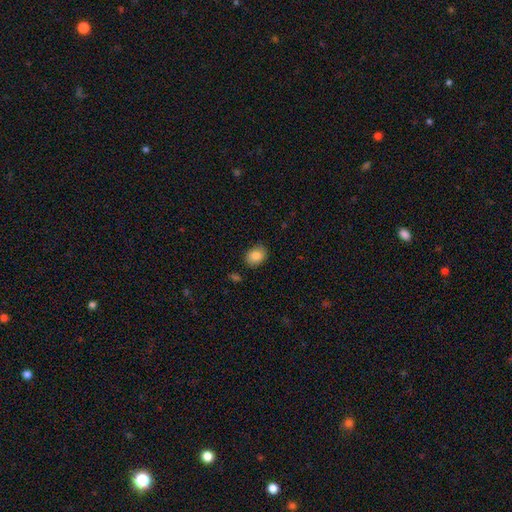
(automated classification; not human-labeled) Smooth or featured: smooth — 85% (star or artifact — 8%)
How rounded: in between — 58% (round — 41%)
Merging: none — 83% (minor disturbance — 13%)